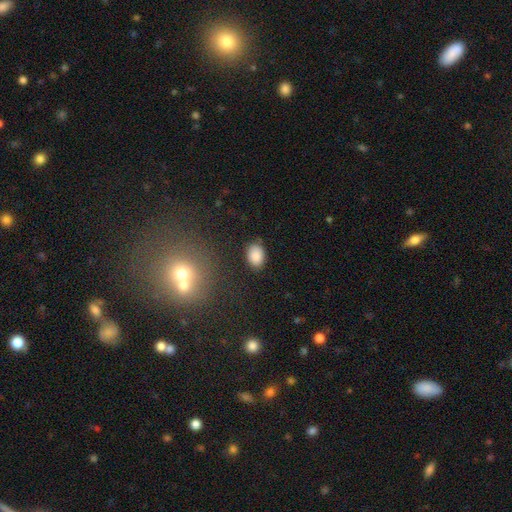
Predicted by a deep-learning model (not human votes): The model was most divided on "how rounded": in between: 81%, round: 17%, cigar-shaped: 1%. More confident: smooth or featured — smooth (86%); merging — none (83%).